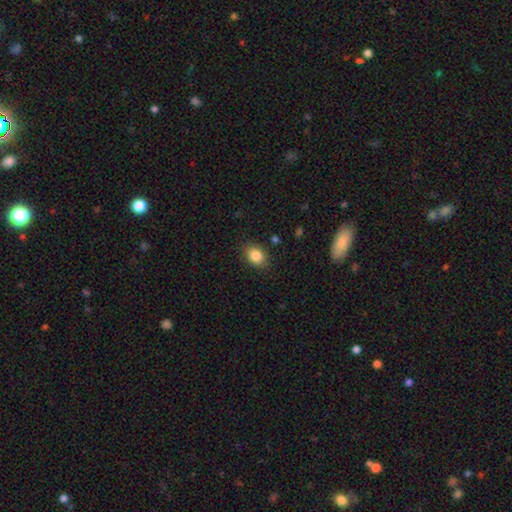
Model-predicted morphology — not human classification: Smooth or featured? smooth (85%)
How rounded? in between (60%)
Merging? none (85%)